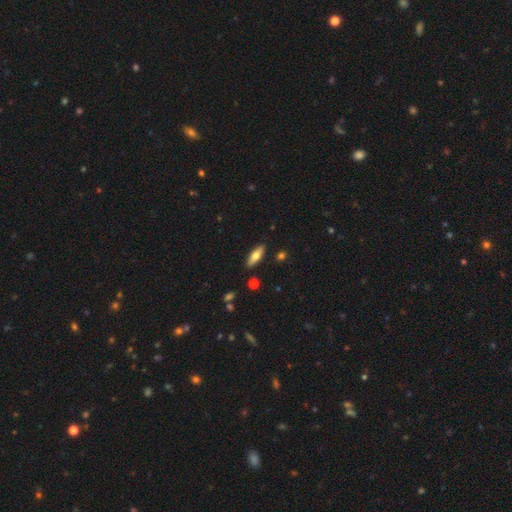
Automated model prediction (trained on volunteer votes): smooth-or-featured: smooth: 62% | featured or disk: 32% | star or artifact: 6%
  how-rounded: in between: 54% | cigar-shaped: 43% | round: 3%
  merging: none: 88% | minor disturbance: 8% | major disturbance: 2% | merger: 2%